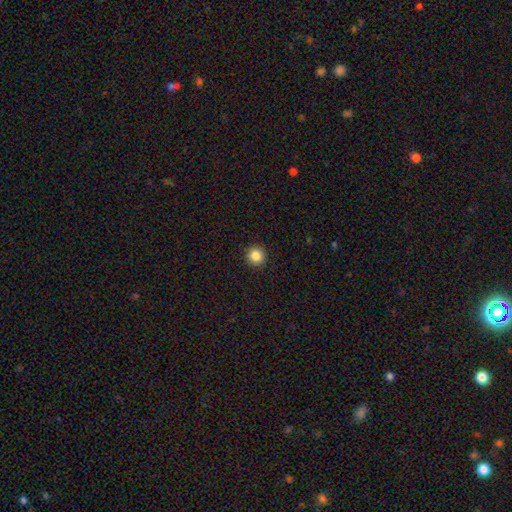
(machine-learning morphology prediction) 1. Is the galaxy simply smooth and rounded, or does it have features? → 86% smooth, 10% star or artifact, 4% featured or disk.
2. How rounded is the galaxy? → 94% round, 5% in between, 1% cigar-shaped.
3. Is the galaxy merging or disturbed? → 93% none, 5% minor disturbance, 2% major disturbance, 1% merger.